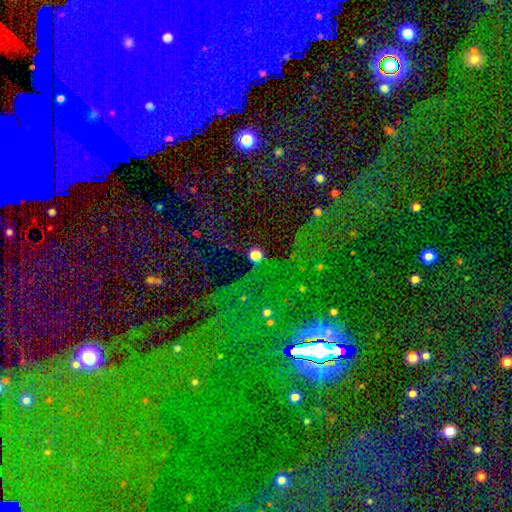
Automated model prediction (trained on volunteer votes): A smooth galaxy with no disk features (60%) that is round (89%). Merging: none (86%).